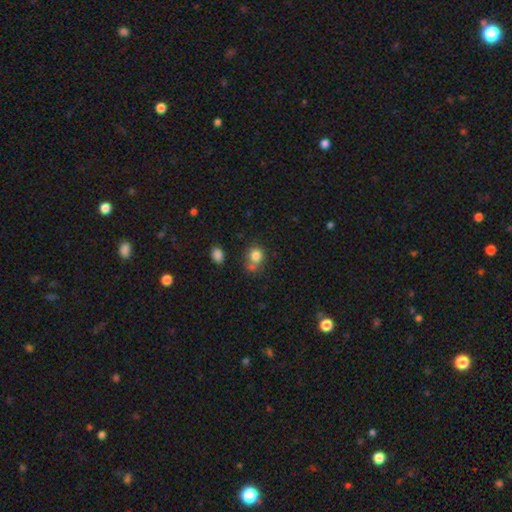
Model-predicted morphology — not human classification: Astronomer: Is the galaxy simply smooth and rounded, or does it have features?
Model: smooth — 80%.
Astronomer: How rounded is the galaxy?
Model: round — 73%.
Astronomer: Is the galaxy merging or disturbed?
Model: none — 52%.